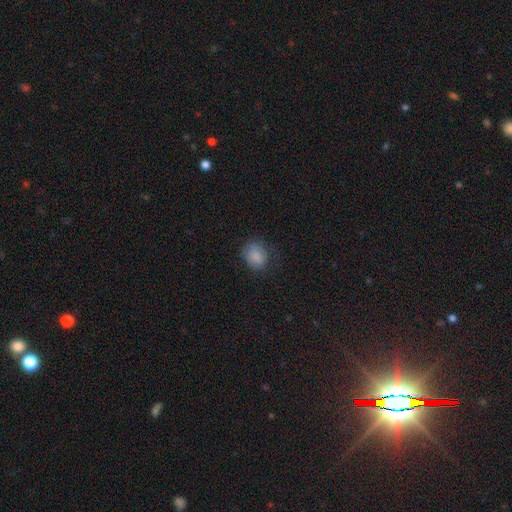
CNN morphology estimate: type=smooth (85%); roundness=in between (50%); merging=none (72%).